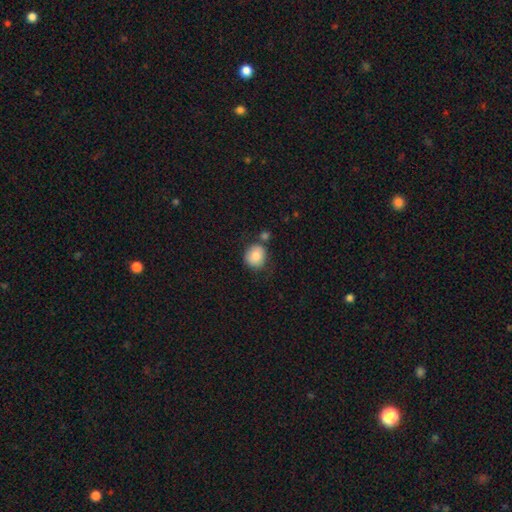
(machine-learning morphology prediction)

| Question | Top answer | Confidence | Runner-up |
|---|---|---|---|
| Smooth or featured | smooth | 81% | featured or disk (10%) |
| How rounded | round | 84% | in between (15%) |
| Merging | none | 65% | minor disturbance (16%) |